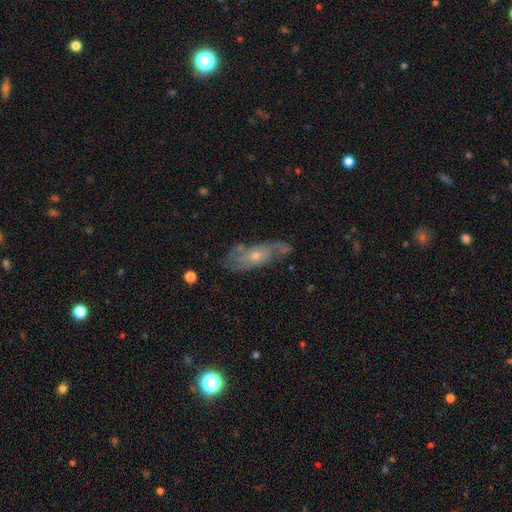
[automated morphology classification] Smooth or featured? Predicted: featured or disk (p=0.66). Edge-on disk? Predicted: no (p=0.82). Bar? Predicted: no (p=0.78). Spiral arms? Predicted: yes (p=0.74). Bulge size? Predicted: small (p=0.54). Merging? Predicted: none (p=0.59).